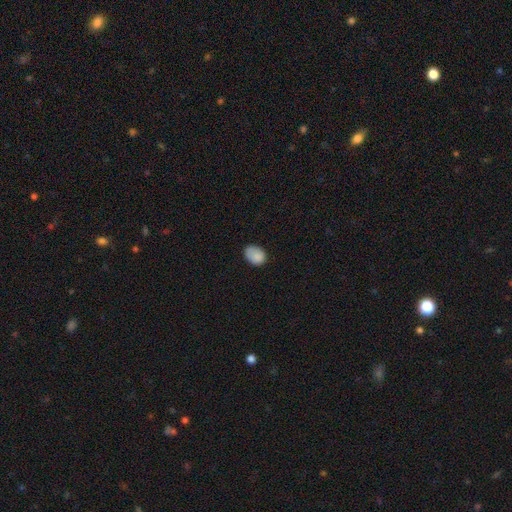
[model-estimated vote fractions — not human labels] Morphology: type=smooth (85%); roundness=in between (65%); merging=none (63%).